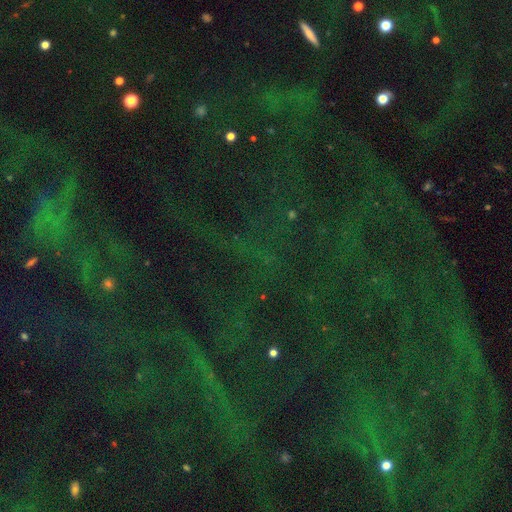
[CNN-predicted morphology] Smooth or featured: star or artifact — 83% (smooth — 9%)